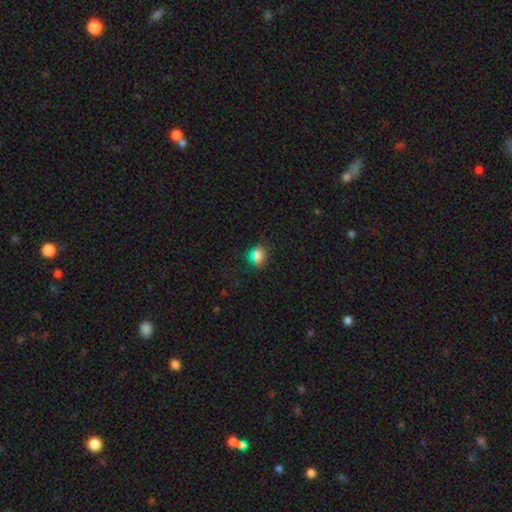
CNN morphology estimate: type=smooth (72%); roundness=round (62%); merging=none (82%).